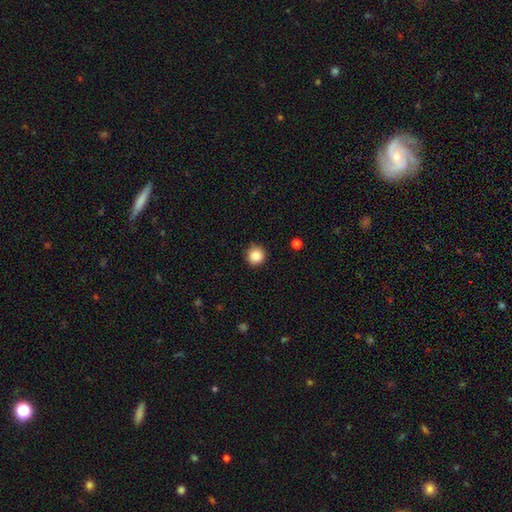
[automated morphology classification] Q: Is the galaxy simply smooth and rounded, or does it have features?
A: smooth — 87%.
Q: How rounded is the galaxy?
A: round — 95%.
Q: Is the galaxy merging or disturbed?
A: none — 88%.